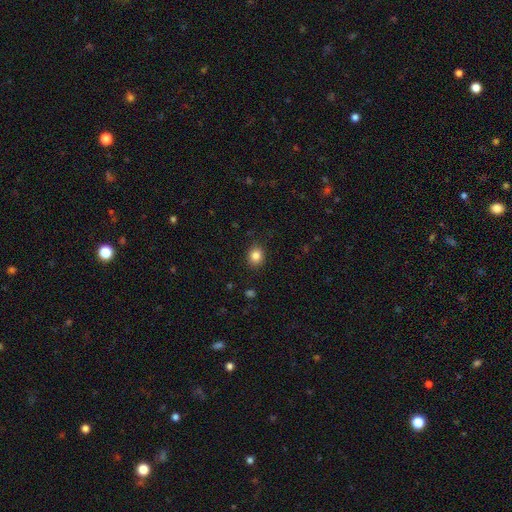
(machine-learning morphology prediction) A smooth galaxy with no disk features (84%) that is round (68%). Merging: none (87%).